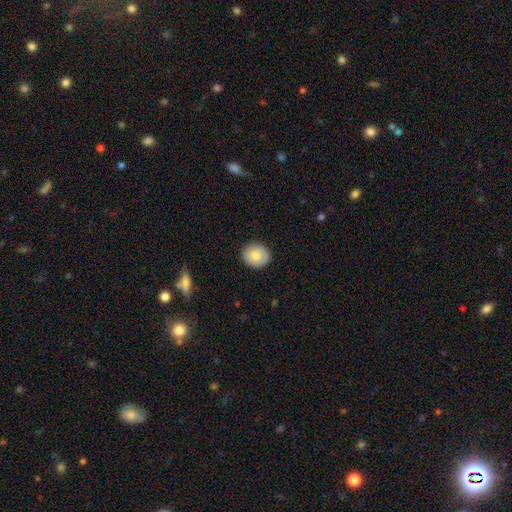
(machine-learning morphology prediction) This is likely a smooth galaxy (77%). How rounded: likely round (77%). Merging: clearly none (88%).